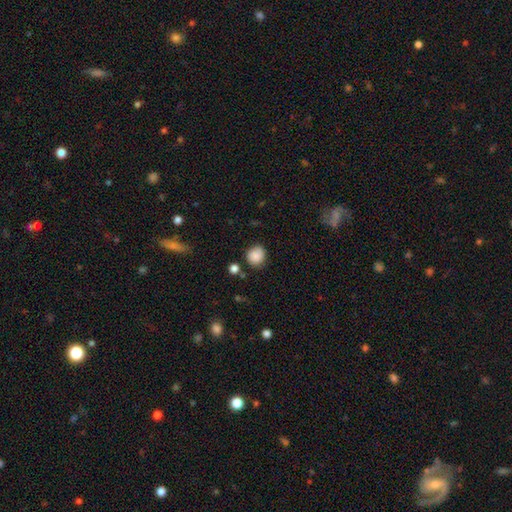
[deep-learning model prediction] A smooth galaxy with no disk features (86%) that is round (82%). Merging: none (77%).